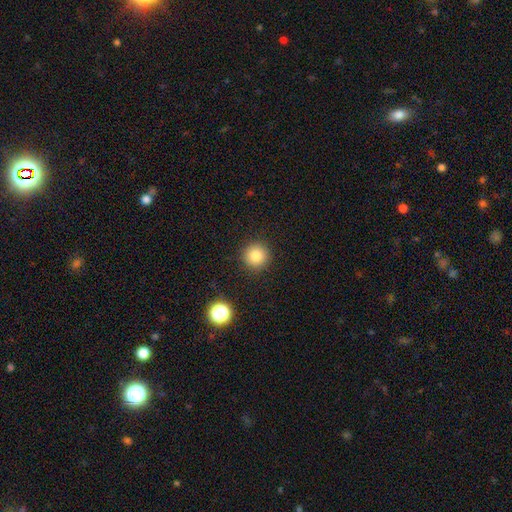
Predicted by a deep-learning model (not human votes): Morphology: type=smooth (83%); roundness=round (95%); merging=none (91%).